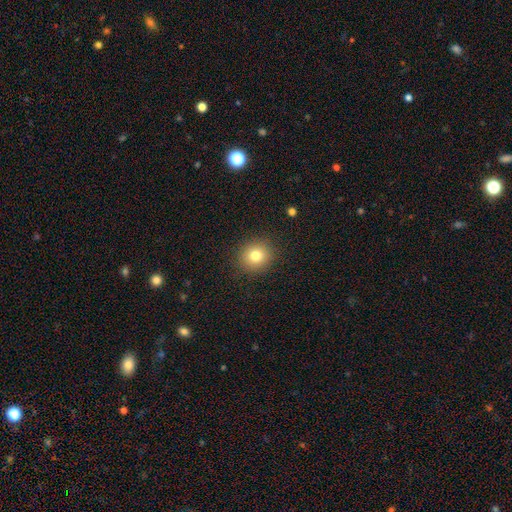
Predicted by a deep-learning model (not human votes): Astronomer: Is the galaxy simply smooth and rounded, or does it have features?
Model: smooth — 79%.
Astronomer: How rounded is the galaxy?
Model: round — 85%.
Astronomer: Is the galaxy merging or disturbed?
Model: none — 90%.